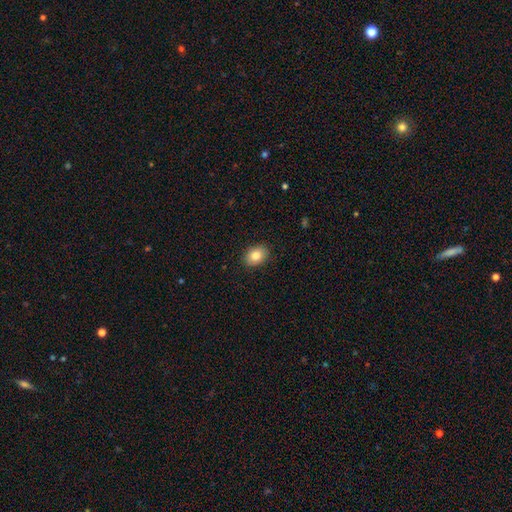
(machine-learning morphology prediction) smooth-or-featured: smooth: 84% | star or artifact: 8% | featured or disk: 8%
  how-rounded: in between: 69% | round: 31% | cigar-shaped: 1%
  merging: none: 89% | minor disturbance: 8% | major disturbance: 2% | merger: 1%